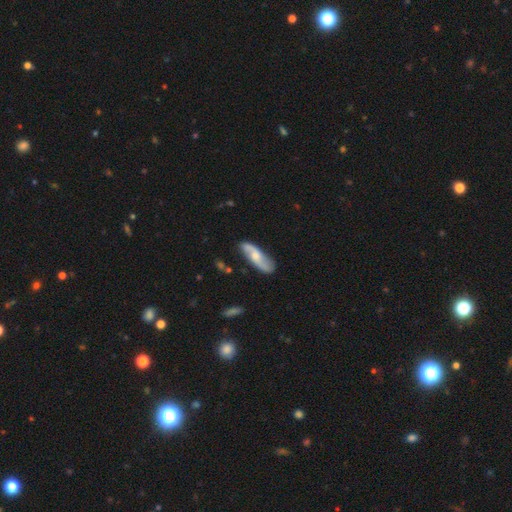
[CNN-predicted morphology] Overall: featured or disk (65%; smooth 30%). Edge-on disk: no (88%). Bar: no (56%; weak 36%). Spiral arms: yes (92%). Spiral arm count: 2 (89%). Spiral winding: loose (66%). Bulge size: moderate (50%; small 37%). Merging: none (78%).